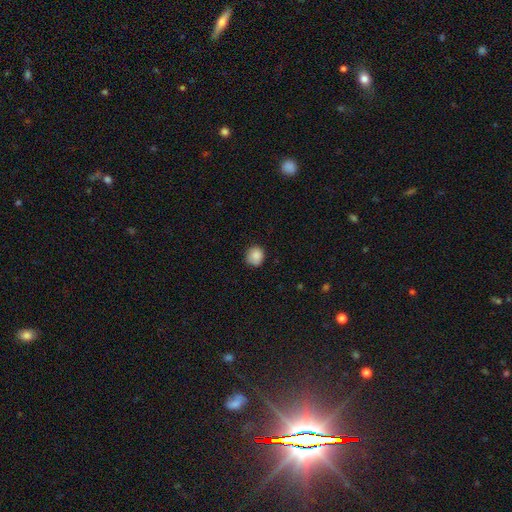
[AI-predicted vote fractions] smooth 87%, star or artifact 9%, featured or disk 4%. Down the decision tree: how rounded — round (86%); merging — none (81%).